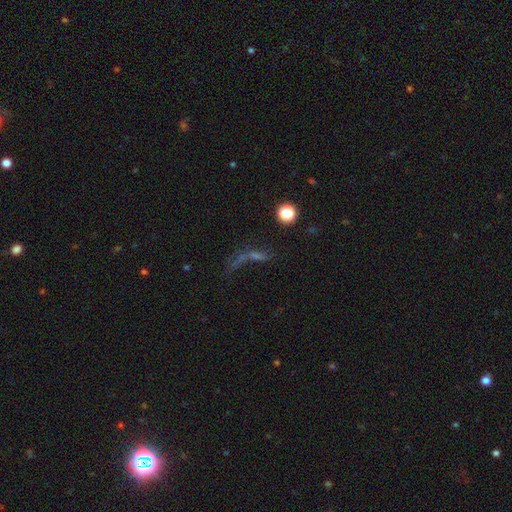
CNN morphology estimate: smooth-or-featured: smooth: 37% | star or artifact: 34% | featured or disk: 28%
  merging: none: 37% | major disturbance: 28% | merger: 22% | minor disturbance: 13%